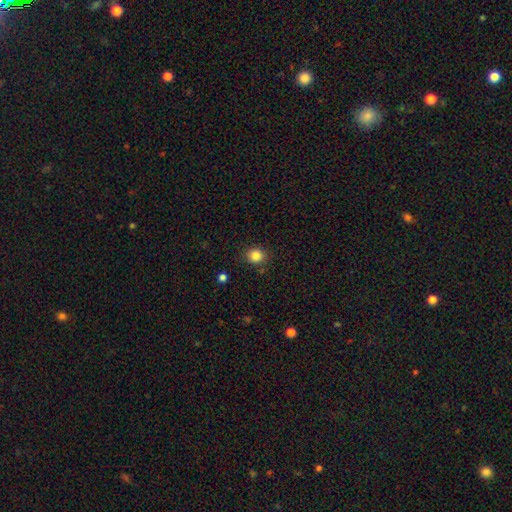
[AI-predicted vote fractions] Smooth or featured?
  - smooth: 85% *
  - star or artifact: 11%
  - featured or disk: 4%
How rounded?
  - round: 82% *
  - in between: 17%
  - cigar-shaped: 1%
Merging?
  - none: 87% *
  - minor disturbance: 9%
  - major disturbance: 2%
  - merger: 2%